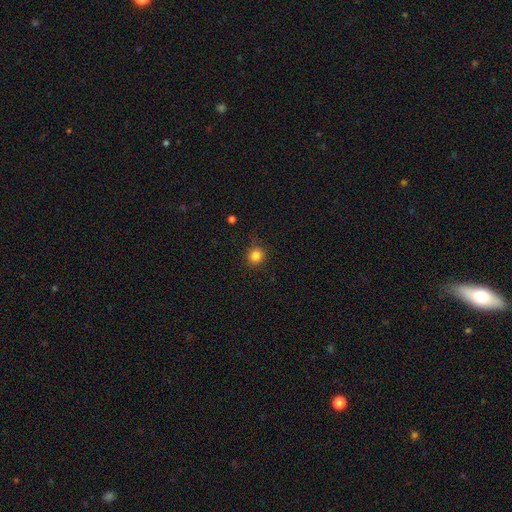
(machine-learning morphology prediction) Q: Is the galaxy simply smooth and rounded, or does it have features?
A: smooth — 83%.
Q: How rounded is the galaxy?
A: round — 90%.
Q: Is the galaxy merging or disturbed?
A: none — 85%.